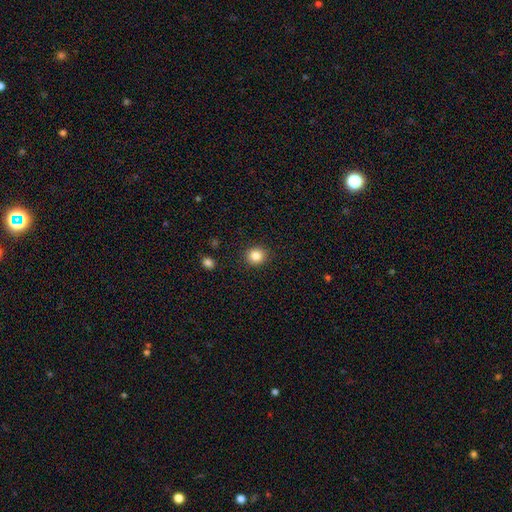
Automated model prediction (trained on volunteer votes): Q: Smooth or featured?
A: smooth (85%); runner-up: star or artifact (11%)
Q: How rounded?
A: round (87%); runner-up: in between (12%)
Q: Merging?
A: none (91%); runner-up: minor disturbance (6%)